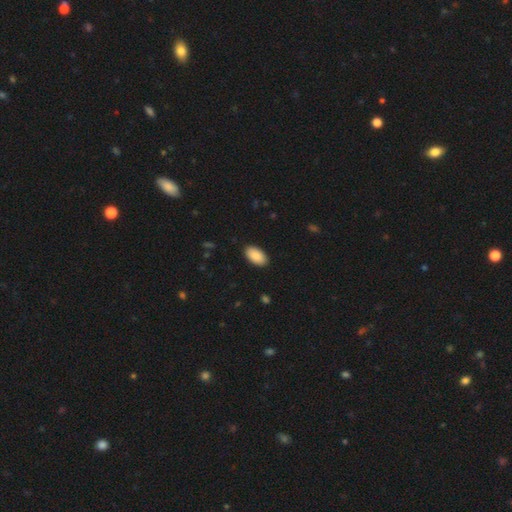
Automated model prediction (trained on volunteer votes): The model was most divided on "merging": none: 90%, minor disturbance: 8%, major disturbance: 2%, merger: 1%. More confident: how rounded — in between (96%); smooth or featured — smooth (90%).